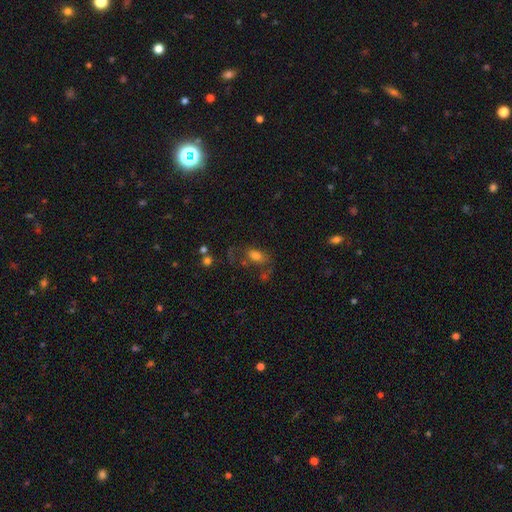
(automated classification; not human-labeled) The model was most divided on "merging": none: 45%, major disturbance: 25%, minor disturbance: 19%, merger: 11%. More confident: how rounded — in between (81%); smooth or featured — smooth (56%).